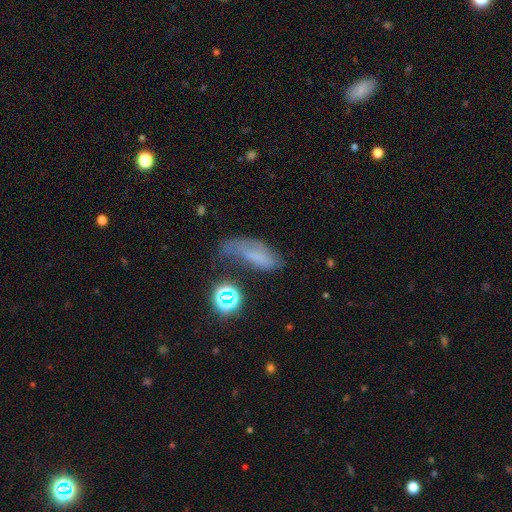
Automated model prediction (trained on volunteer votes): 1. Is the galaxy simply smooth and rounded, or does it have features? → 51% smooth, 32% featured or disk, 18% star or artifact.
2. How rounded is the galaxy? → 69% in between, 24% cigar-shaped, 7% round.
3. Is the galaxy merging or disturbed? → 38% none, 29% minor disturbance, 27% major disturbance, 6% merger.